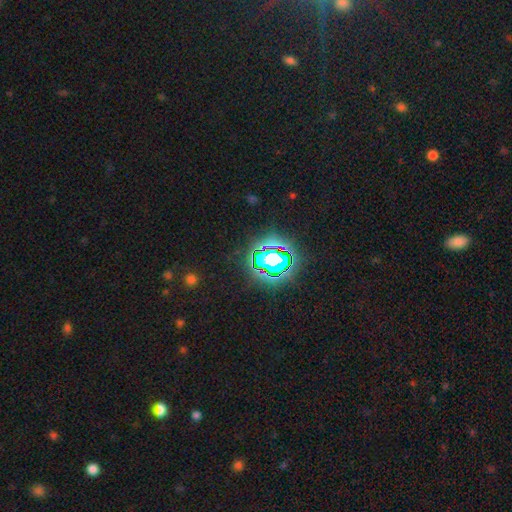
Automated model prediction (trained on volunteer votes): A star or artifact, not a galaxy (76%).

Vote fractions:
- Smooth or featured? star or artifact: 76% / smooth: 14% / featured or disk: 9%